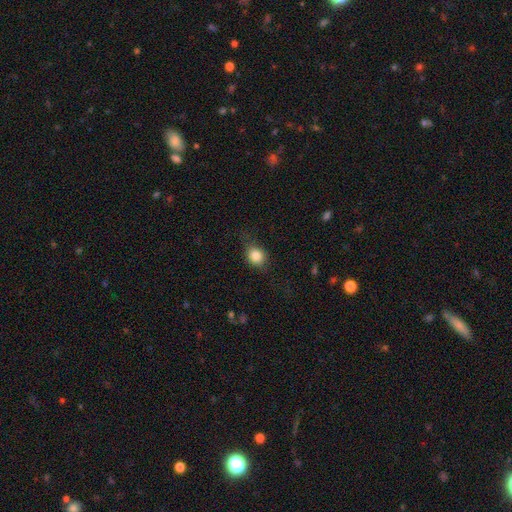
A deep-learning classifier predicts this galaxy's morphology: smooth_or_featured: smooth (p=0.82) [alt: star or artifact p=0.09]
how_rounded: round (p=0.64) [alt: in between p=0.35]
merging: none (p=0.68) [alt: minor disturbance p=0.23]